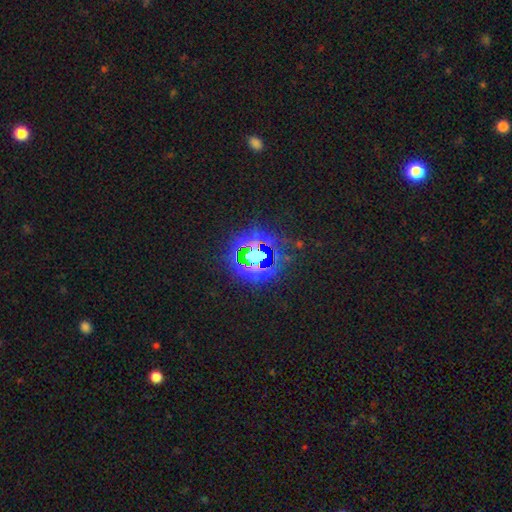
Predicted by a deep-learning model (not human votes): The model was most divided on "smooth or featured": star or artifact: 75%, smooth: 14%, featured or disk: 11%.